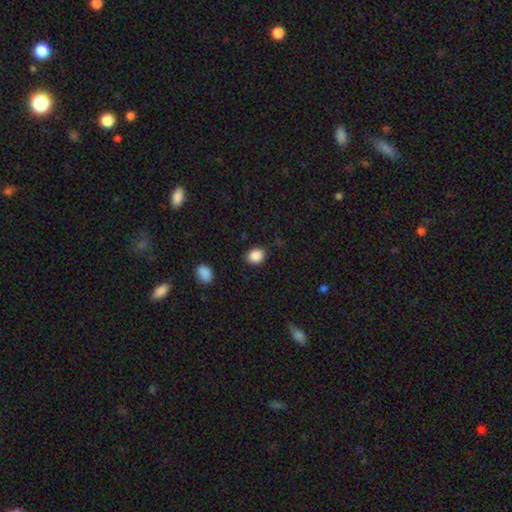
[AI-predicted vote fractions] smooth_or_featured: smooth (p=0.88) [alt: star or artifact p=0.09]
how_rounded: round (p=0.56) [alt: in between p=0.43]
merging: none (p=0.88) [alt: minor disturbance p=0.08]